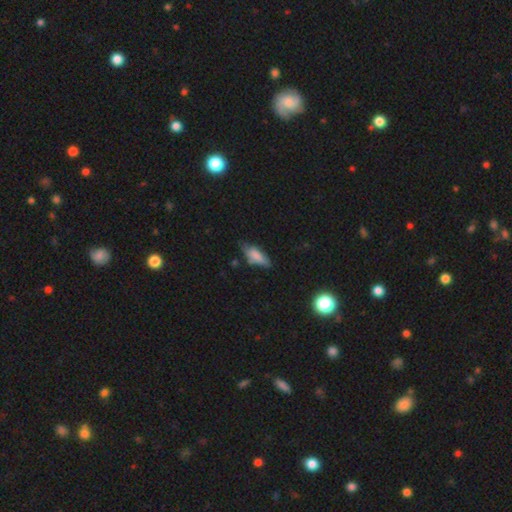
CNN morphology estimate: A smooth galaxy with no disk features (76%) that is in between round and cigar-shaped (65%). Merging: none (60%).